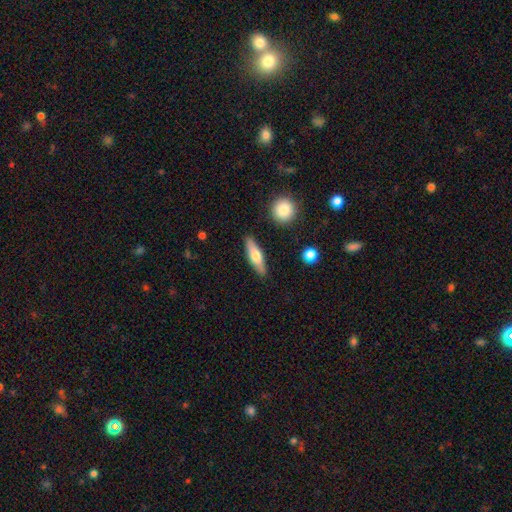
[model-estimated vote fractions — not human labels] A smooth galaxy with no disk features (61%) that is cigar-shaped (62%).

Vote fractions:
- Smooth or featured? smooth: 61% / featured or disk: 33% / star or artifact: 6%
- How rounded? cigar-shaped: 62% / in between: 36% / round: 3%
- Merging? none: 87% / minor disturbance: 9% / merger: 2% / major disturbance: 2%